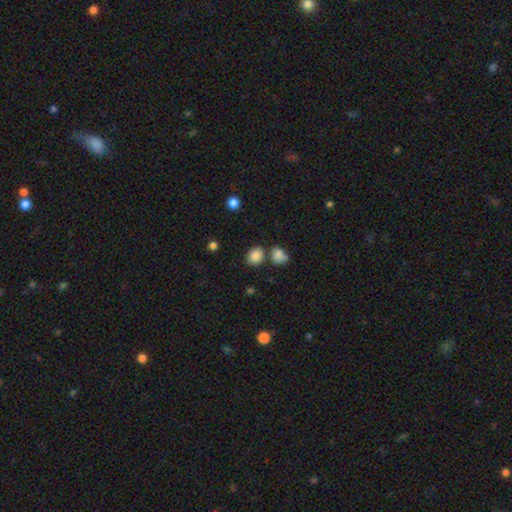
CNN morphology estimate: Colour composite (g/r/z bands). It shows a smooth galaxy with no disk features (84%) that is round (51%). Merging: none (71%).